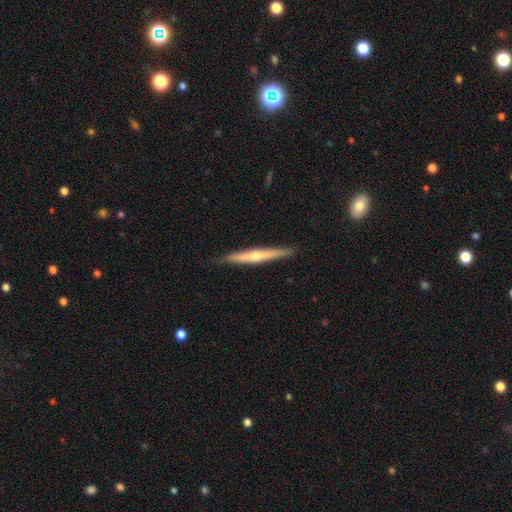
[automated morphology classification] The model was most divided on "smooth or featured": featured or disk: 62%, smooth: 33%, star or artifact: 5%. More confident: edge-on disk — yes (97%); merging — none (90%); edge-on bulge — rounded (80%).